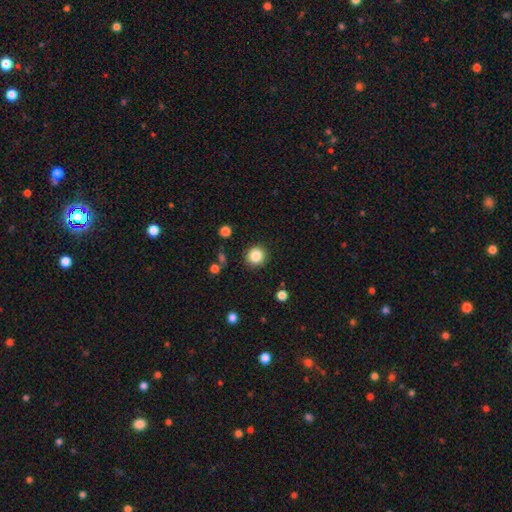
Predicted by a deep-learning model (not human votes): Smooth or featured? smooth (85%)
How rounded? round (92%)
Merging? none (90%)